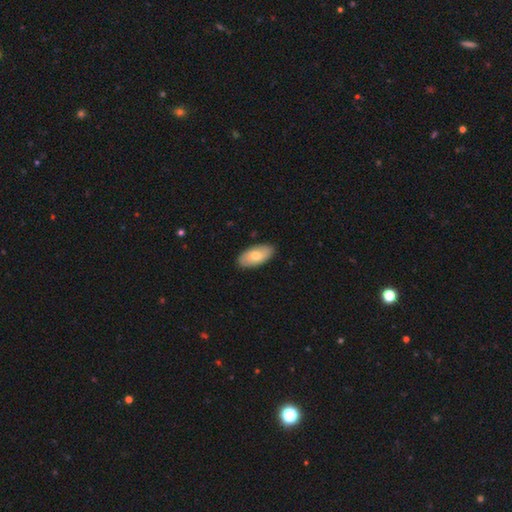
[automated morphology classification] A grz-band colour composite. It shows a smooth galaxy with no disk features (69%) that is in between round and cigar-shaped (93%). Merging: none (88%).